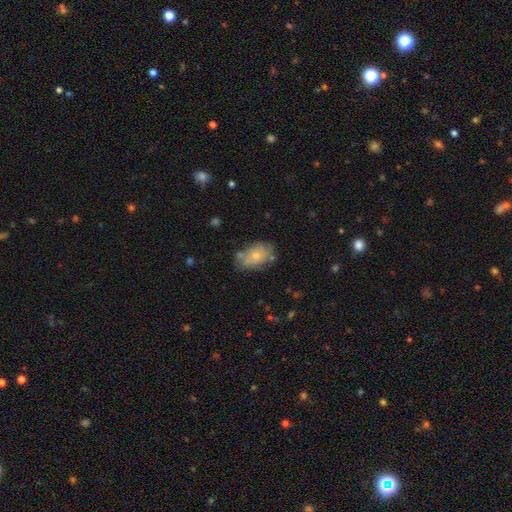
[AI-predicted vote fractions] Smooth or featured?
  - smooth: 64% *
  - featured or disk: 29%
  - star or artifact: 8%
How rounded?
  - in between: 86% *
  - round: 12%
  - cigar-shaped: 2%
Merging?
  - none: 58% *
  - minor disturbance: 25%
  - merger: 9%
  - major disturbance: 8%